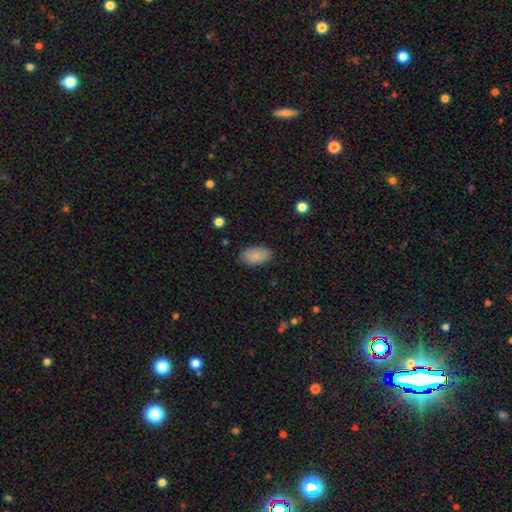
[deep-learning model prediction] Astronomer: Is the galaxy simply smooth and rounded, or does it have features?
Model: smooth — 88%.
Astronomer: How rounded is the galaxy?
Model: in between — 94%.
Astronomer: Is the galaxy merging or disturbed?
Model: none — 85%.